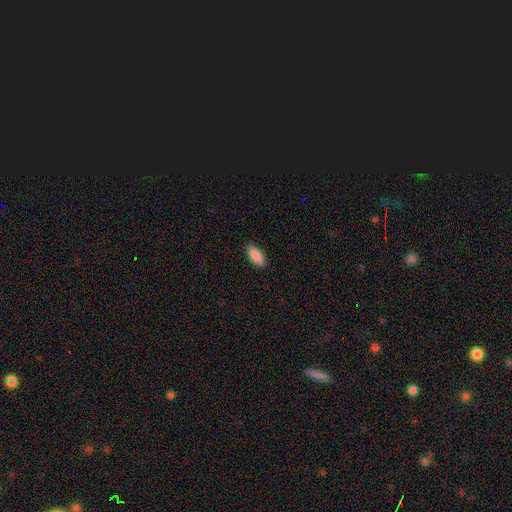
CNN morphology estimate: Smooth or featured?
  - smooth: 90% *
  - star or artifact: 6%
  - featured or disk: 4%
How rounded?
  - in between: 81% *
  - cigar-shaped: 17%
  - round: 2%
Merging?
  - none: 90% *
  - minor disturbance: 8%
  - major disturbance: 2%
  - merger: 1%